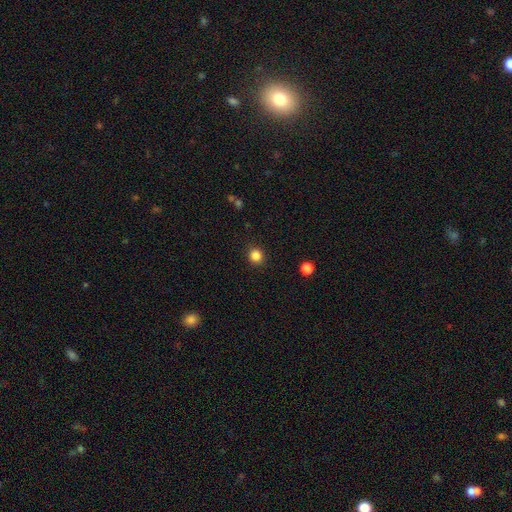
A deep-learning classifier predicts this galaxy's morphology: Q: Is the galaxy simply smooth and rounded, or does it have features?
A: smooth — 85%.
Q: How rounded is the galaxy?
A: round — 88%.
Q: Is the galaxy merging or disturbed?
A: none — 91%.